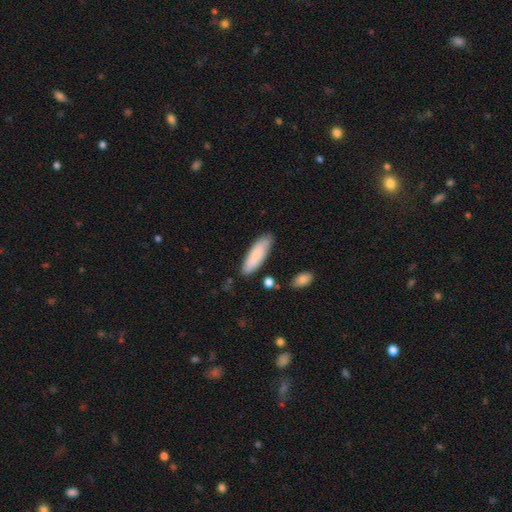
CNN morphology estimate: Overall: smooth (82%). How rounded: in between (52%; cigar-shaped 46%). Merging: none (78%).